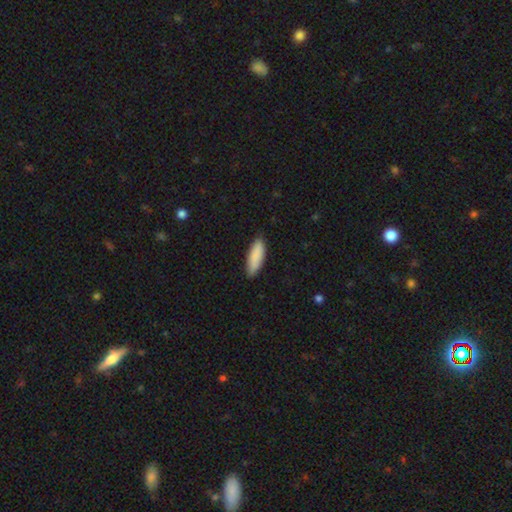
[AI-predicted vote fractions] This appears to be a smooth galaxy with no disk features (88%) that is in between round and cigar-shaped (57%). Merging: none (83%).